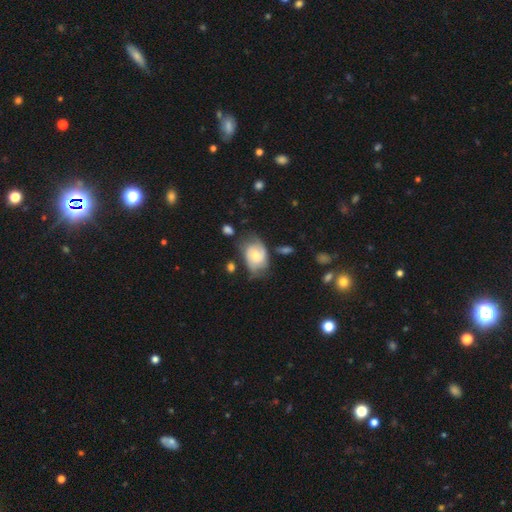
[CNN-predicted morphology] This is possibly a featured or disk galaxy (58%). It is clearly not viewed edge-on (96%). Bar: likely no (69%). Spiral arm pattern: clearly yes (80%). Central bulge: possibly moderate (56%). Merging: possibly none (50%).